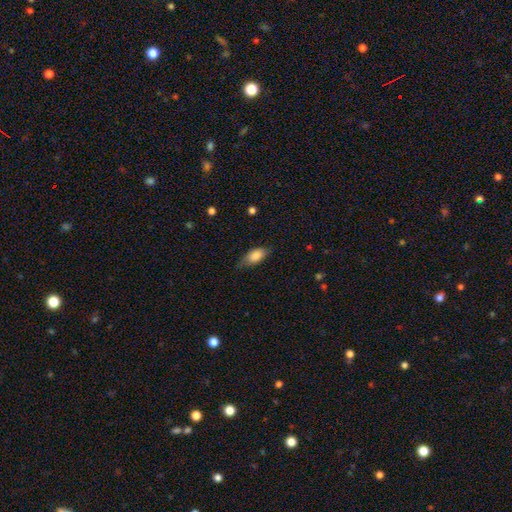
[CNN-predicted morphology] smooth_or_featured: smooth (p=0.80) [alt: featured or disk p=0.13]
how_rounded: in between (p=0.87) [alt: cigar-shaped p=0.10]
merging: none (p=0.60) [alt: minor disturbance p=0.31]